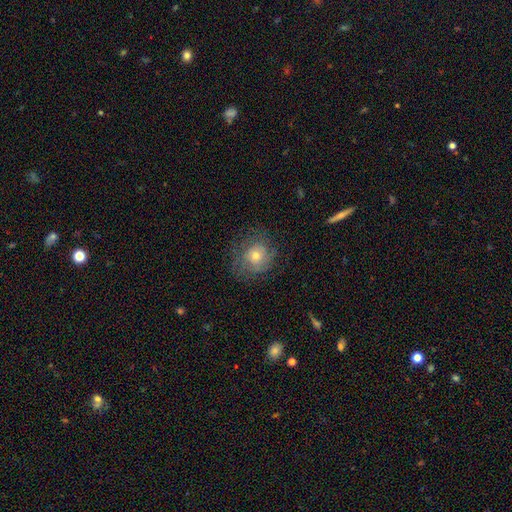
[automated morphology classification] This appears to be a smooth galaxy with no disk features (48%). Merging: none (72%).